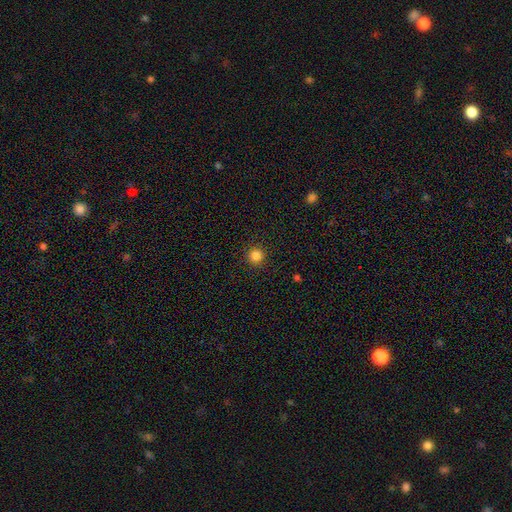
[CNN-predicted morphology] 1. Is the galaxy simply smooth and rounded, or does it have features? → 85% smooth, 12% star or artifact, 3% featured or disk.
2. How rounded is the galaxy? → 95% round, 4% in between, 1% cigar-shaped.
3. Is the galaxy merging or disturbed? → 92% none, 5% minor disturbance, 2% major disturbance, 1% merger.